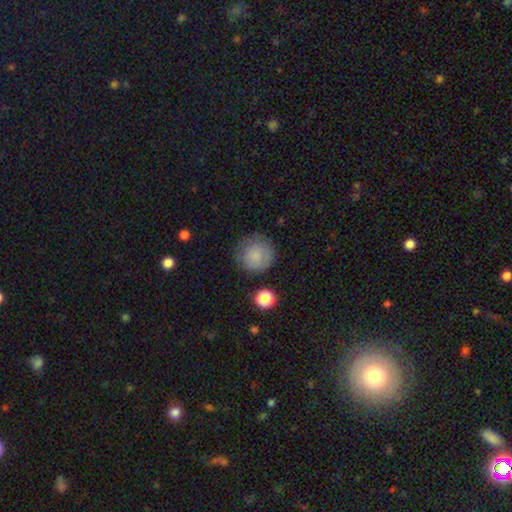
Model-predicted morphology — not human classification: type=smooth (81%); roundness=round (93%); merging=none (75%).